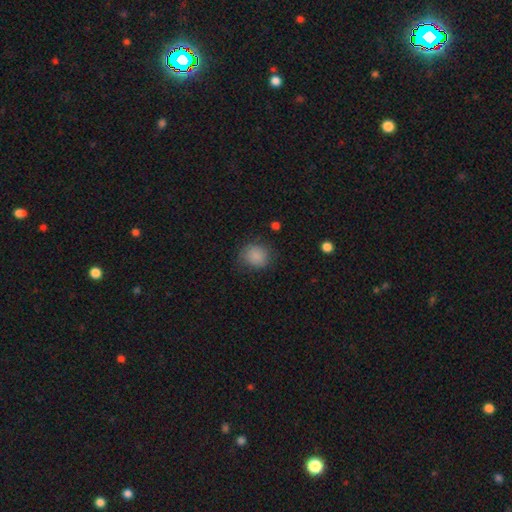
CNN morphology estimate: The model was most divided on "how rounded": round: 76%, in between: 23%, cigar-shaped: 1%. More confident: smooth or featured — smooth (86%); merging — none (76%).